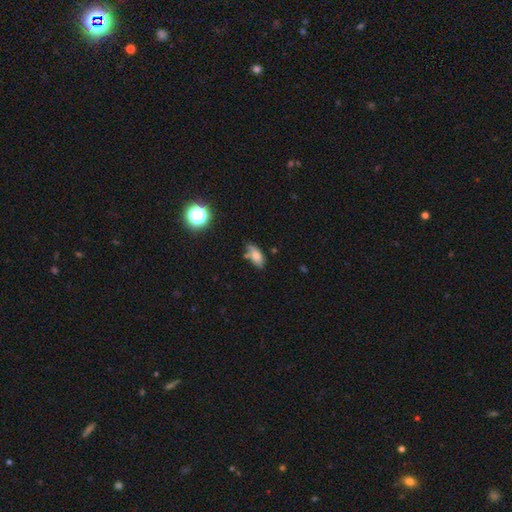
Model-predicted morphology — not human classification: Smooth or featured? smooth (76%)
How rounded? in between (86%)
Merging? none (64%)